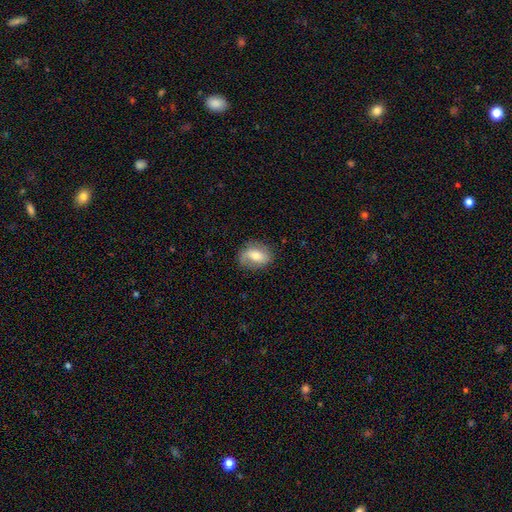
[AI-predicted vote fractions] A smooth galaxy with no disk features (53%) that is in between round and cigar-shaped (63%).

Vote fractions:
- Smooth or featured? smooth: 53% / featured or disk: 39% / star or artifact: 8%
- How rounded? in between: 63% / round: 35% / cigar-shaped: 2%
- Merging? none: 75% / minor disturbance: 18% / major disturbance: 6% / merger: 1%